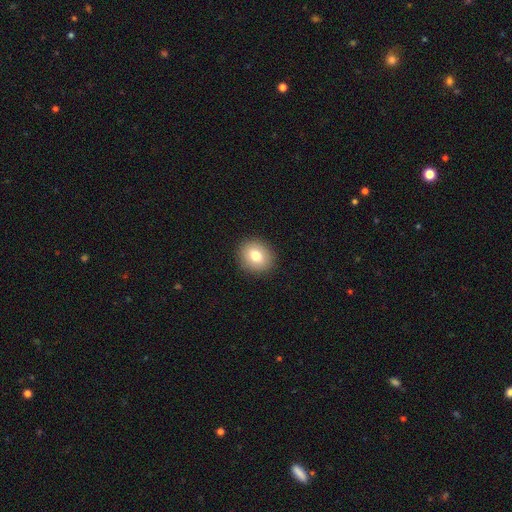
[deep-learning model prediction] Overall: smooth (78%). How rounded: round (71%). Merging: none (91%).